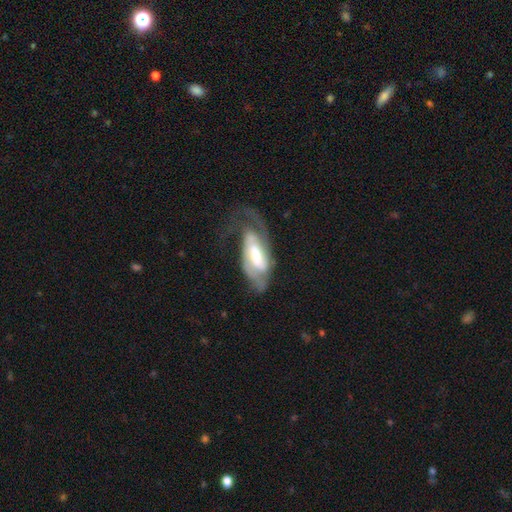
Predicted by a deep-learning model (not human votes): Smooth or featured?
  - featured or disk: 78% *
  - smooth: 17%
  - star or artifact: 5%
Edge-on disk?
  - no: 92% *
  - yes: 8%
Bar?
  - weak: 41% *
  - strong: 33%
  - no: 25%
Spiral arms?
  - yes: 90% *
  - no: 10%
Spiral winding?
  - medium: 44% *
  - tight: 33%
  - loose: 23%
Spiral arm count?
  - 2: 60% *
  - 1: 18%
  - can't tell: 15%
  - 3: 4%
  - 4: 1%
  - more than 4: 1%
Bulge size?
  - moderate: 51% *
  - small: 27%
  - large: 17%
  - none: 3%
  - dominant: 2%
Merging?
  - major disturbance: 38% * (tied)
  - none: 38% * (tied)
  - minor disturbance: 21%
  - merger: 3%